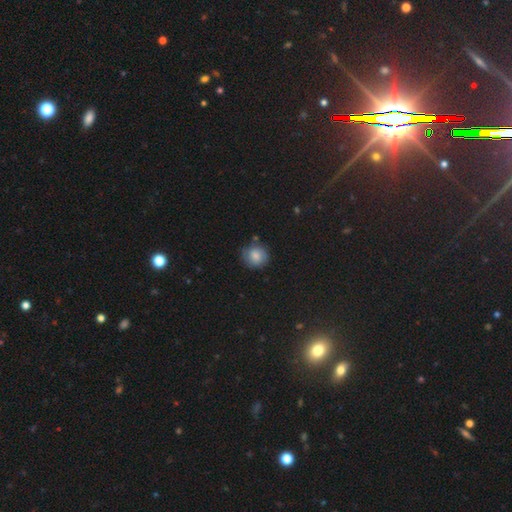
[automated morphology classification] smooth-or-featured: smooth: 79% | featured or disk: 12% | star or artifact: 9%
  how-rounded: round: 87% | in between: 12% | cigar-shaped: 1%
  merging: none: 74% | minor disturbance: 19% | major disturbance: 4% | merger: 3%